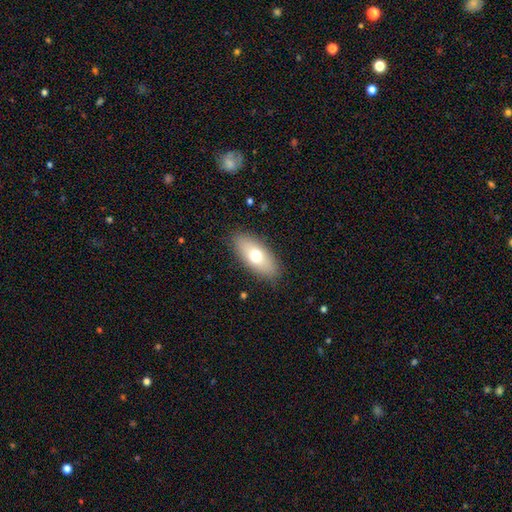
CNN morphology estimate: A smooth galaxy with no disk features (68%) that is in between round and cigar-shaped (82%).

Vote fractions:
- Smooth or featured? smooth: 68% / featured or disk: 25% / star or artifact: 7%
- How rounded? in between: 82% / cigar-shaped: 14% / round: 4%
- Merging? none: 86% / minor disturbance: 10% / major disturbance: 3% / merger: 1%